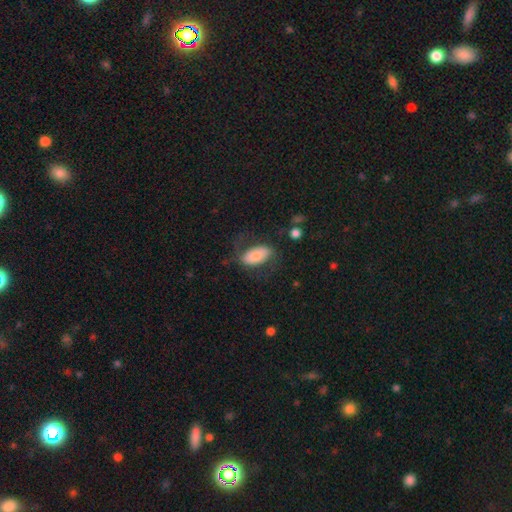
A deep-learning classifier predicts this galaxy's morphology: type=smooth (70%); roundness=in between (93%); merging=none (56%).